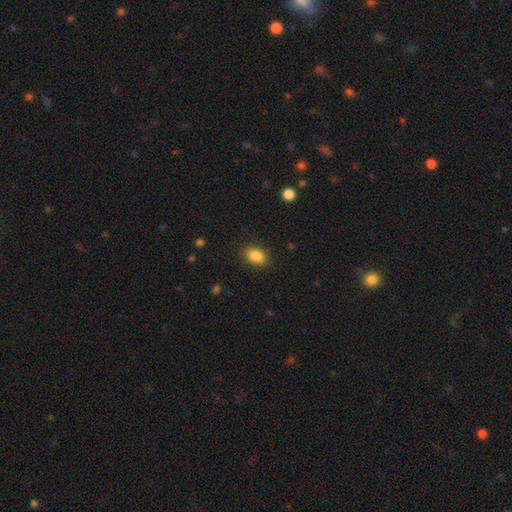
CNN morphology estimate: smooth-or-featured: smooth: 87% | star or artifact: 9% | featured or disk: 5%
  how-rounded: in between: 79% | round: 19% | cigar-shaped: 1%
  merging: none: 87% | minor disturbance: 9% | major disturbance: 3% | merger: 1%